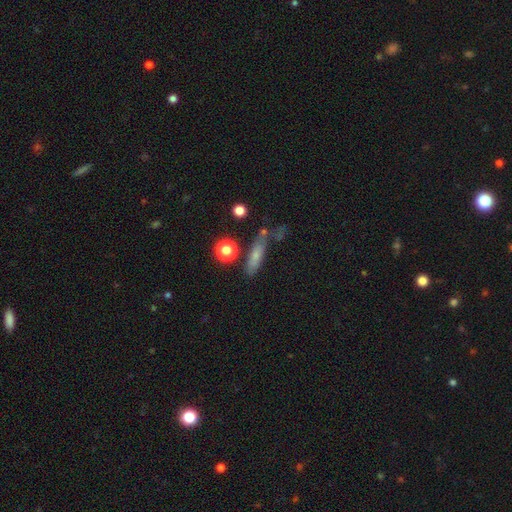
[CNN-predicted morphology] This appears to be a smooth galaxy with no disk features (65%) that is cigar-shaped (65%). Merging: none (64%).